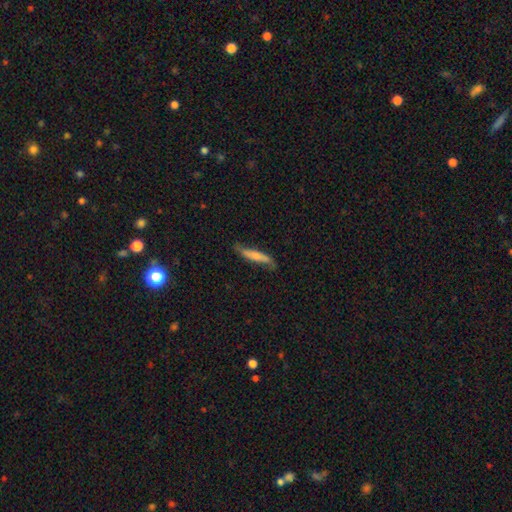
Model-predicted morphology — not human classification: Smooth or featured: smooth — 58% (featured or disk — 37%)
How rounded: cigar-shaped — 84% (in between — 15%)
Merging: none — 68% (minor disturbance — 25%)